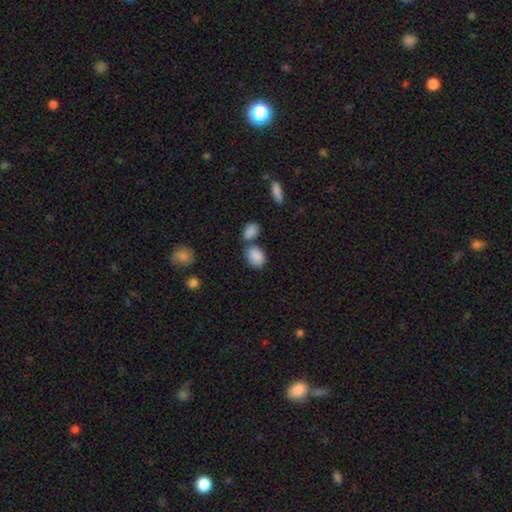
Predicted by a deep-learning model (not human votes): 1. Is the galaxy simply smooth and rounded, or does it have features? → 87% smooth, 8% star or artifact, 6% featured or disk.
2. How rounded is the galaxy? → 83% in between, 16% round, 1% cigar-shaped.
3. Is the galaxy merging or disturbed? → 54% none, 27% merger, 14% minor disturbance, 4% major disturbance.